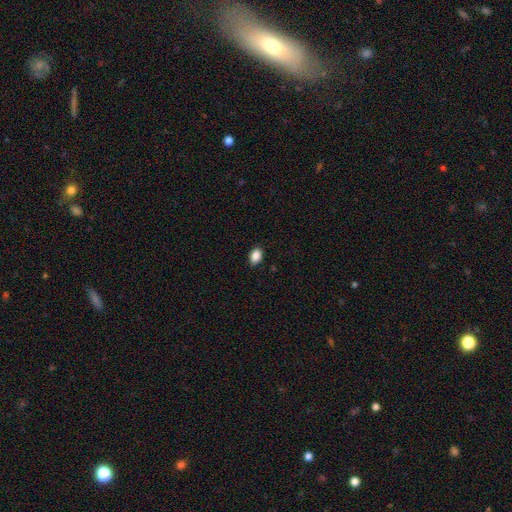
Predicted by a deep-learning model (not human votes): Morphology: type=smooth (88%); roundness=in between (80%); merging=none (88%).